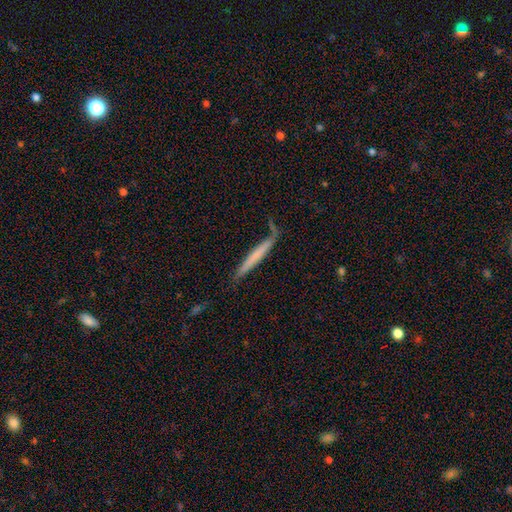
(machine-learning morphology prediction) smooth-or-featured: smooth: 59% | featured or disk: 36% | star or artifact: 6%
  how-rounded: cigar-shaped: 96% | in between: 3% | round: 1%
  merging: none: 66% | minor disturbance: 22% | major disturbance: 7% | merger: 5%